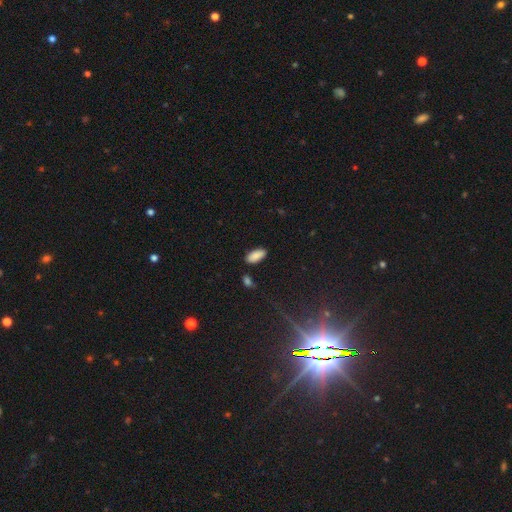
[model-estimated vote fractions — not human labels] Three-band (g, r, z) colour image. It shows a smooth galaxy with no disk features (87%) that is in between round and cigar-shaped (90%). Merging: none (83%).